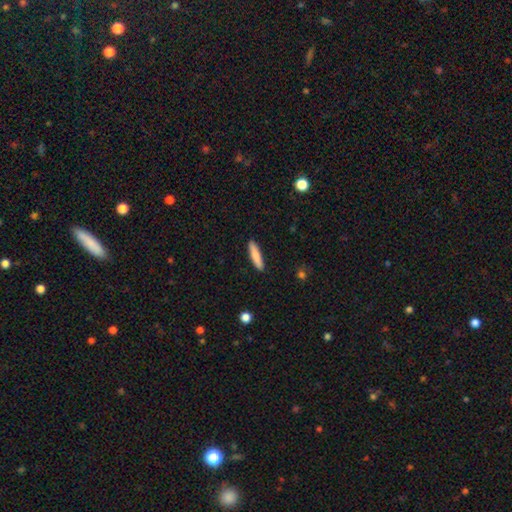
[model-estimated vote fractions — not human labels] smooth-or-featured: smooth: 81% | featured or disk: 13% | star or artifact: 6%
  how-rounded: cigar-shaped: 84% | in between: 15% | round: 1%
  merging: none: 91% | minor disturbance: 7% | major disturbance: 2% | merger: 1%